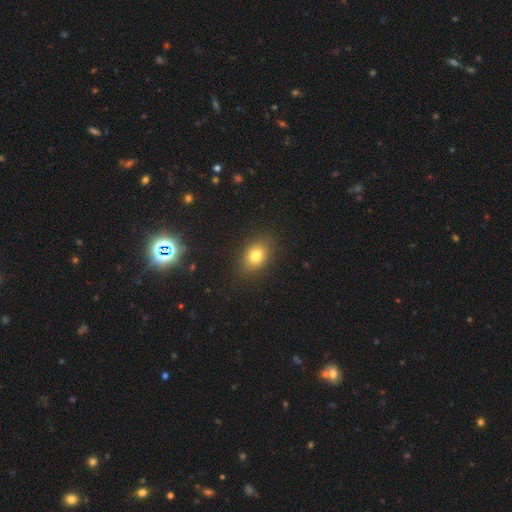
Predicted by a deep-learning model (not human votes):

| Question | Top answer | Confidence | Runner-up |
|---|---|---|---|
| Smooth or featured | smooth | 79% | star or artifact (12%) |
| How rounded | in between | 65% | round (33%) |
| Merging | none | 86% | minor disturbance (10%) |